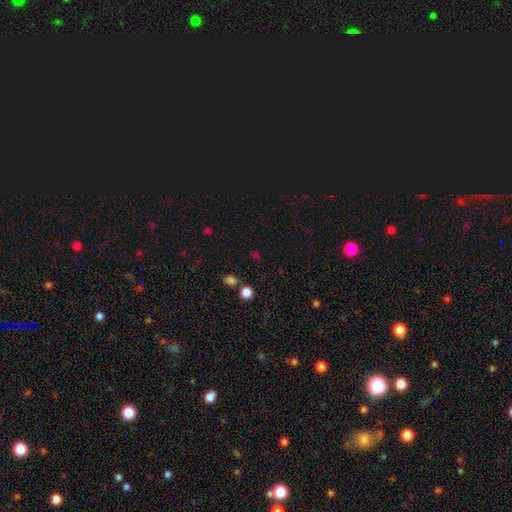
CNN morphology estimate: A smooth galaxy with no disk features (57%) that is round (76%). Merging: none (76%).